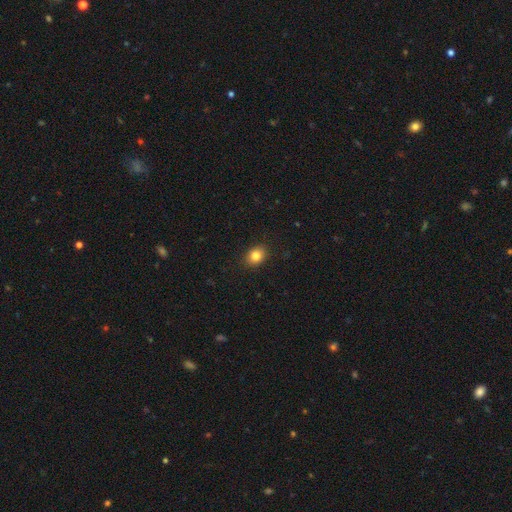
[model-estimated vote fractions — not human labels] Smooth or featured? Predicted: smooth (p=0.84). How rounded? Predicted: round (p=0.55). Merging? Predicted: none (p=0.89).